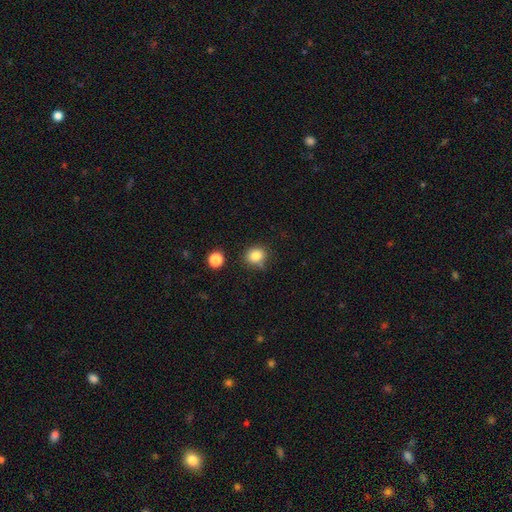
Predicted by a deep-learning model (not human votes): The model was most divided on "merging": none: 76%, minor disturbance: 15%, merger: 5%, major disturbance: 4%. More confident: smooth or featured — smooth (84%); how rounded — round (81%).